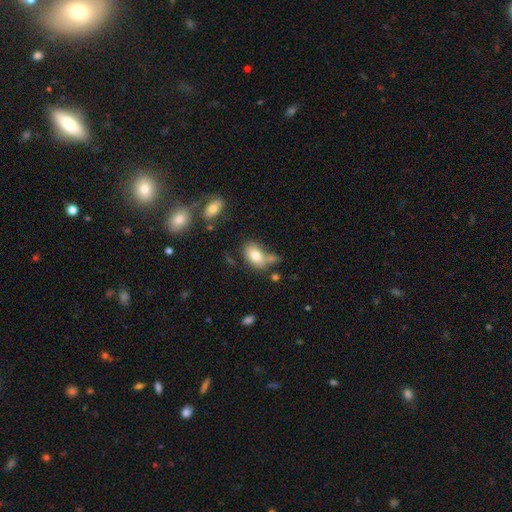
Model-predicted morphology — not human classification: Smooth or featured?
  - smooth: 78% *
  - featured or disk: 14%
  - star or artifact: 8%
How rounded?
  - in between: 87% *
  - round: 11%
  - cigar-shaped: 2%
Merging?
  - none: 49% *
  - minor disturbance: 22%
  - merger: 19%
  - major disturbance: 9%